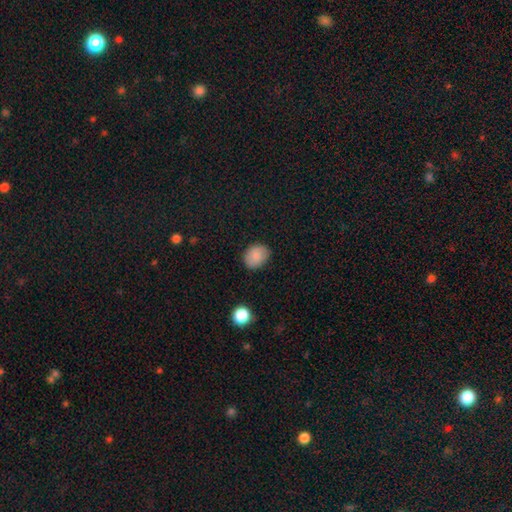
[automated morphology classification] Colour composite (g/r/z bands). It shows a smooth galaxy with no disk features (85%) that is in between round and cigar-shaped (50%). Merging: none (83%).